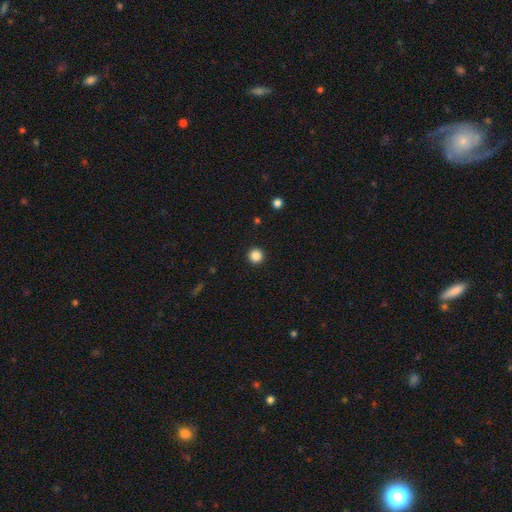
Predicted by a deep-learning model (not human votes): smooth 86%, star or artifact 11%, featured or disk 3%. Down the decision tree: how rounded — round (96%); merging — none (94%).